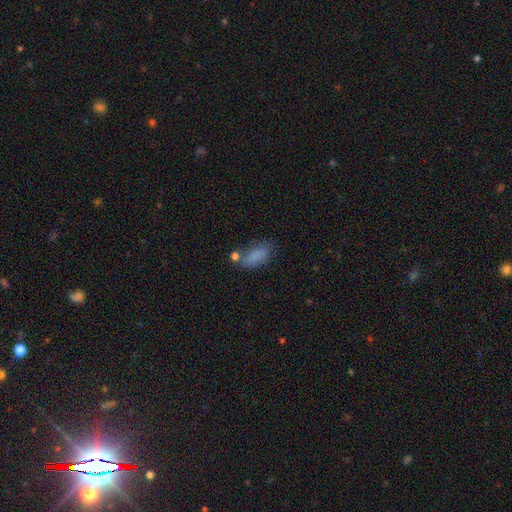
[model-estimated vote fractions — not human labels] This is clearly a smooth galaxy (81%). How rounded: clearly in between (85%). Merging: possibly none (55%).